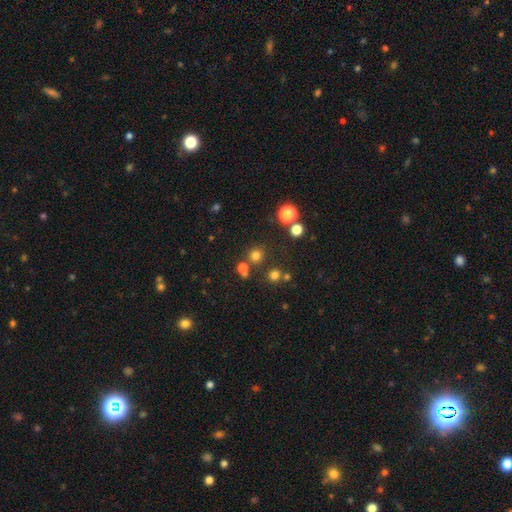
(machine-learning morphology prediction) A smooth galaxy with no disk features (72%) that is round (90%).

Vote fractions:
- Smooth or featured? smooth: 72% / star or artifact: 22% / featured or disk: 6%
- How rounded? round: 90% / in between: 9% / cigar-shaped: 1%
- Merging? none: 77% / merger: 12% / minor disturbance: 8% / major disturbance: 3%